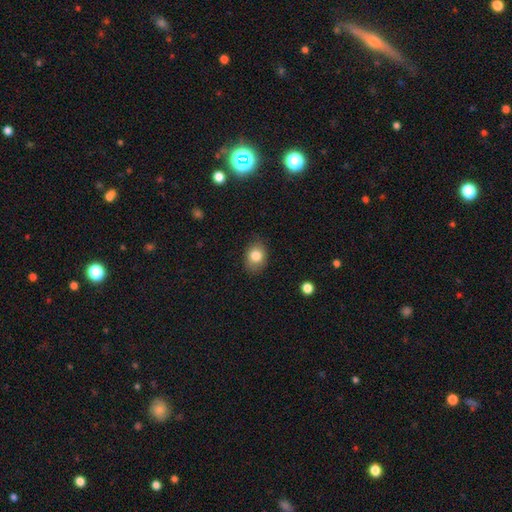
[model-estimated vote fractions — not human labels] Overall: smooth (82%). How rounded: in between (65%; round 33%). Merging: none (82%).